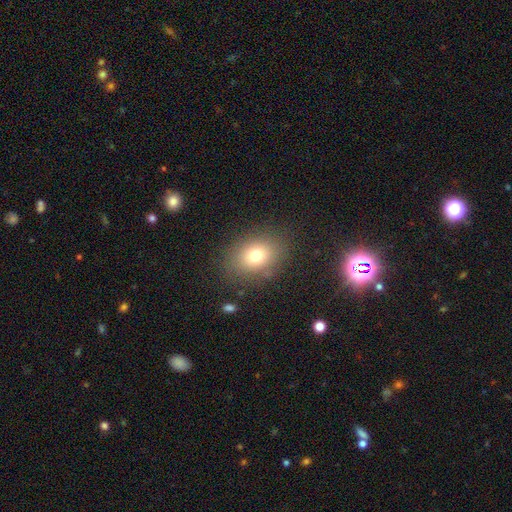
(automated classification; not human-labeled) Smooth or featured?
  - smooth: 74% *
  - star or artifact: 14%
  - featured or disk: 12%
How rounded?
  - in between: 53% *
  - round: 46%
  - cigar-shaped: 1%
Merging?
  - none: 83% *
  - minor disturbance: 10%
  - major disturbance: 5%
  - merger: 2%